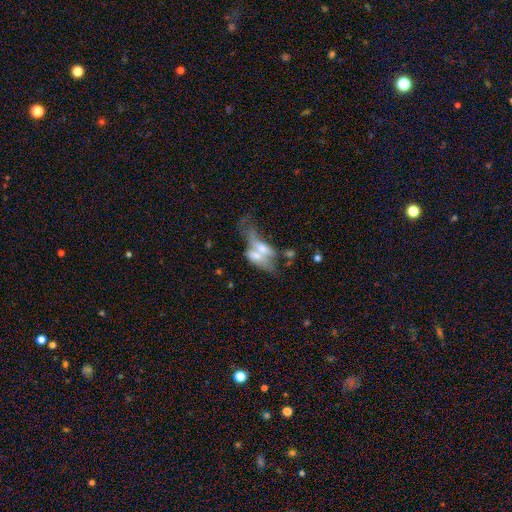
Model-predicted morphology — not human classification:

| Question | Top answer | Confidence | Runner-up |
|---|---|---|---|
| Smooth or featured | smooth | 47% | featured or disk (45%) |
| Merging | merger | 68% | none (13%) |